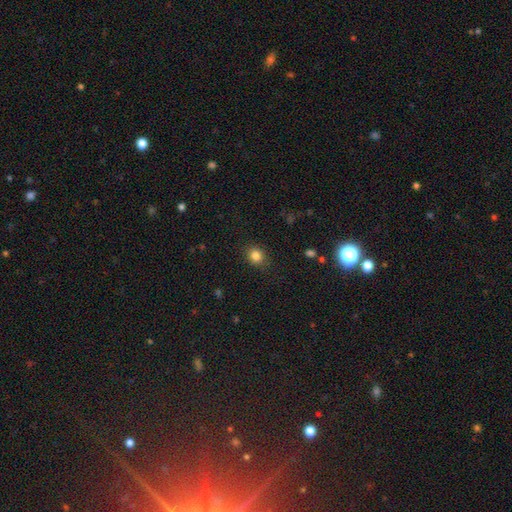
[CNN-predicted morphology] Smooth or featured? Predicted: smooth (p=0.84). How rounded? Predicted: round (p=0.70). Merging? Predicted: none (p=0.87).